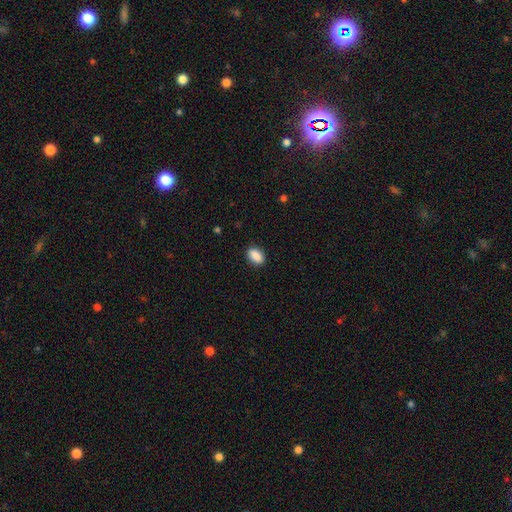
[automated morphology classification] Smooth or featured? Predicted: smooth (p=0.89). How rounded? Predicted: in between (p=0.88). Merging? Predicted: none (p=0.89).